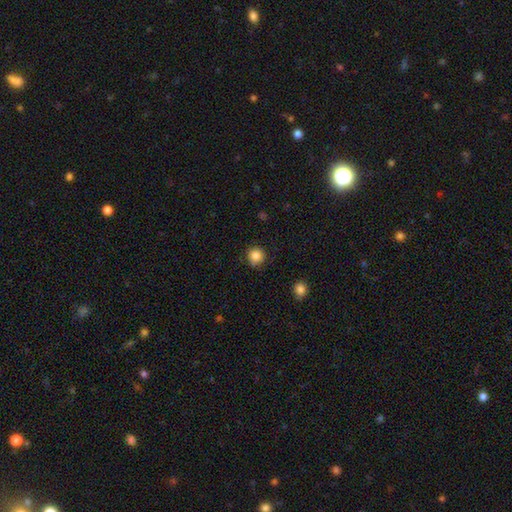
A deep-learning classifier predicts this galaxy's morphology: Smooth or featured? Predicted: smooth (p=0.84). How rounded? Predicted: round (p=0.92). Merging? Predicted: none (p=0.82).